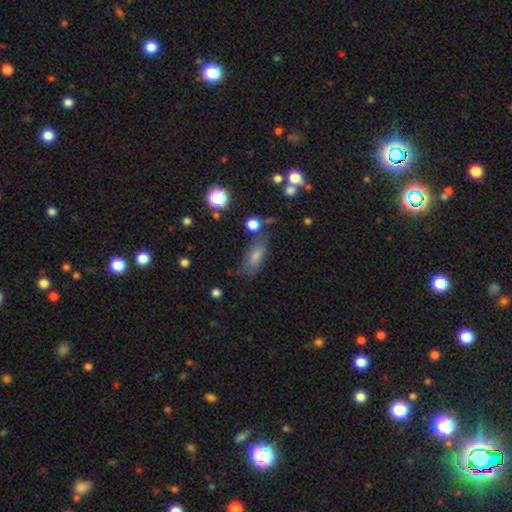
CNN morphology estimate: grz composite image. It shows a smooth galaxy with no disk features (76%) that is in between round and cigar-shaped (77%). Merging: none (61%).